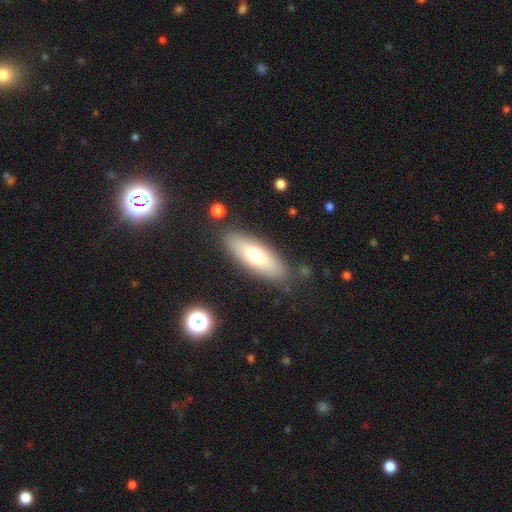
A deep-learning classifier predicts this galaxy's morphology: Smooth or featured: smooth — 66% (featured or disk — 27%)
How rounded: in between — 64% (cigar-shaped — 34%)
Merging: none — 84% (minor disturbance — 10%)